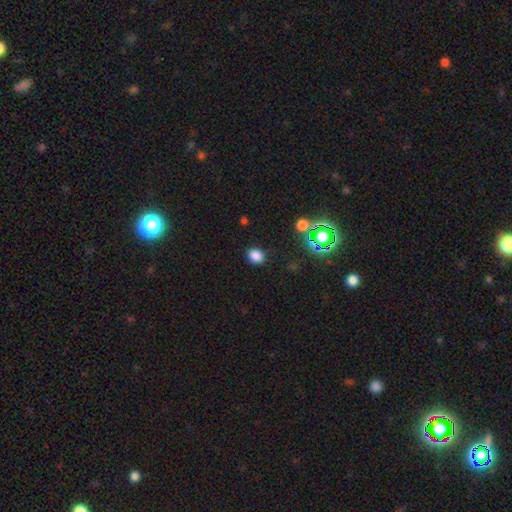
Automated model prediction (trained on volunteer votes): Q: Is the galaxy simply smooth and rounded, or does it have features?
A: smooth — 81%.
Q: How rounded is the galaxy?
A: round — 61%.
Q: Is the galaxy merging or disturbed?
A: none — 87%.